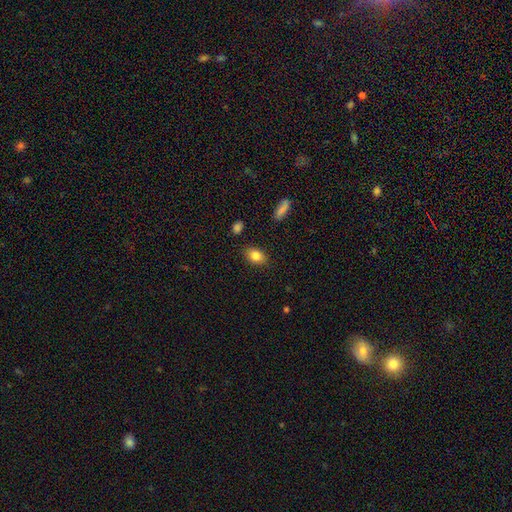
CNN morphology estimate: Overall: smooth (84%). How rounded: in between (81%). Merging: none (85%).